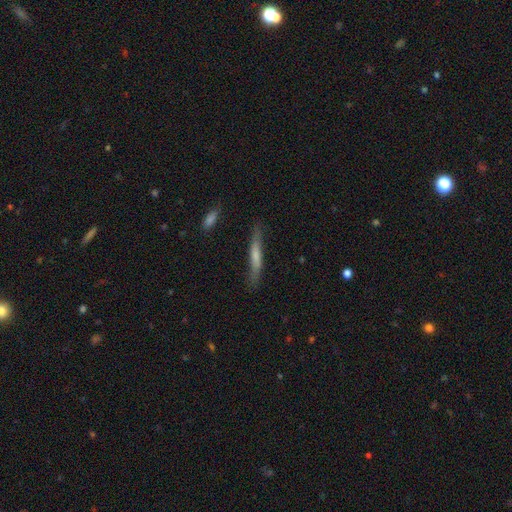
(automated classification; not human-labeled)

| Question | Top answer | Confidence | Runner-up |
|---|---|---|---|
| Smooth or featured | smooth | 58% | featured or disk (36%) |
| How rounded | cigar-shaped | 94% | in between (5%) |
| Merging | none | 79% | minor disturbance (15%) |